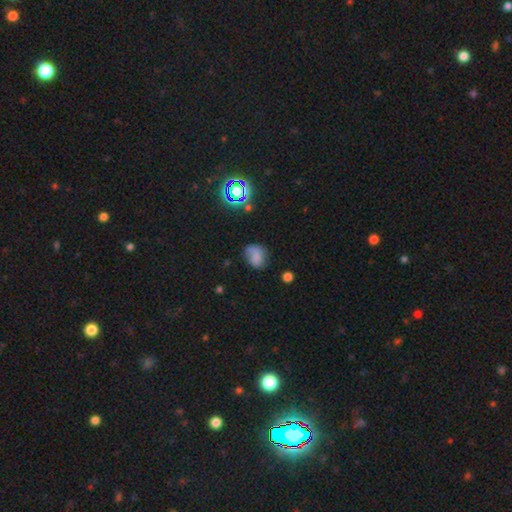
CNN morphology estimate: This appears to be a smooth galaxy with no disk features (63%) that is in between round and cigar-shaped (51%). Merging: none (49%).